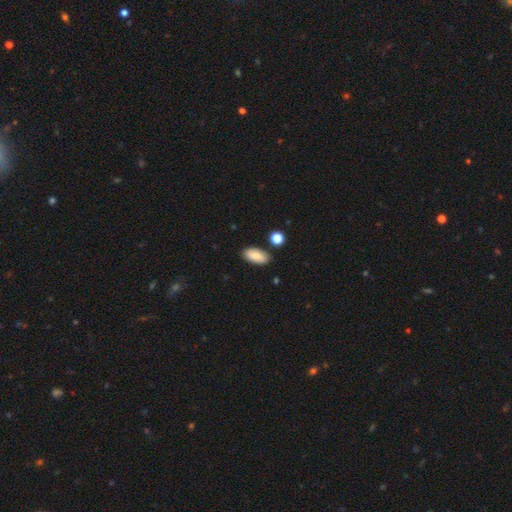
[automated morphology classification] The model was most divided on "smooth or featured": smooth: 80%, featured or disk: 12%, star or artifact: 7%. More confident: how rounded — in between (91%); merging — none (83%).